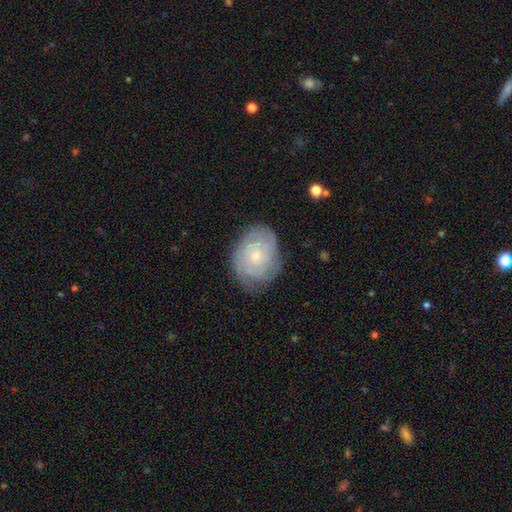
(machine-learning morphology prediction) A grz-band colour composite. It shows a featured or disk galaxy (71%) with no bar (82%), tight (78%) spiral arms (91%) and a small central bulge (74%). Merging: none (76%).